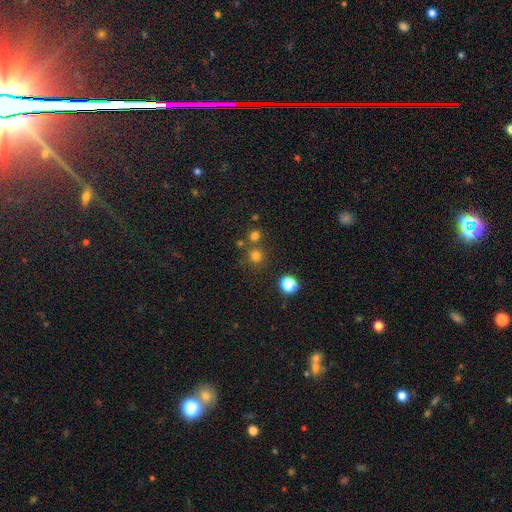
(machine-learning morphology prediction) A smooth galaxy with no disk features (73%) that is round (92%). Merging: none (73%).